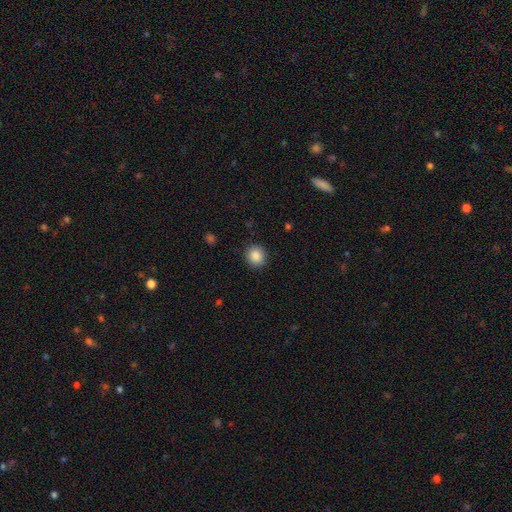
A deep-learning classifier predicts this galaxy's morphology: Smooth or featured?
  - smooth: 87% *
  - star or artifact: 9%
  - featured or disk: 4%
How rounded?
  - round: 86% *
  - in between: 13%
  - cigar-shaped: 1%
Merging?
  - none: 90% *
  - minor disturbance: 7%
  - major disturbance: 2%
  - merger: 1%